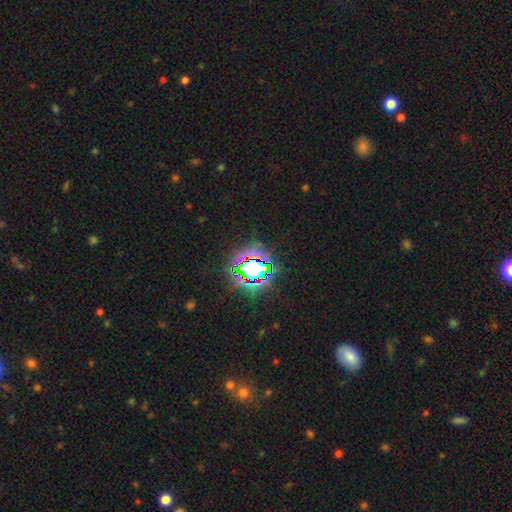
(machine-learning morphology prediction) The model was most divided on "smooth or featured": star or artifact: 80%, smooth: 13%, featured or disk: 8%.